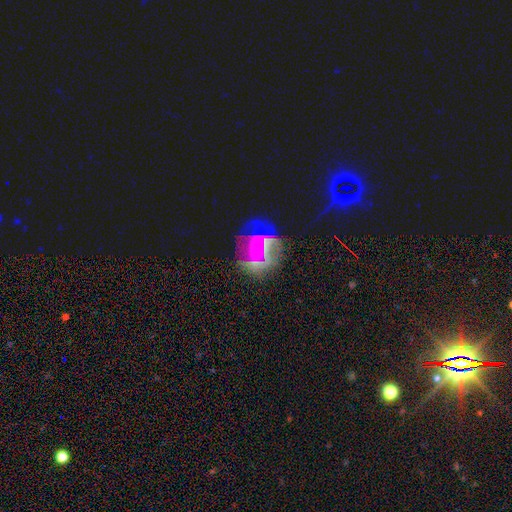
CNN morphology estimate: Smooth or featured? Predicted: featured or disk (p=0.55). Edge-on disk? Predicted: no (p=0.95). Bar? Predicted: no (p=0.65). Spiral arms? Predicted: yes (p=0.62). Bulge size? Predicted: small (p=0.47). Merging? Predicted: none (p=0.63).